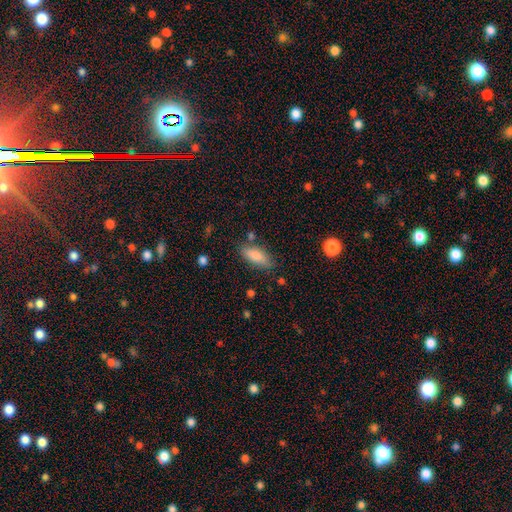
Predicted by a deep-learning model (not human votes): smooth 83%, featured or disk 10%, star or artifact 7%. Down the decision tree: how rounded — in between (74%); merging — none (76%).